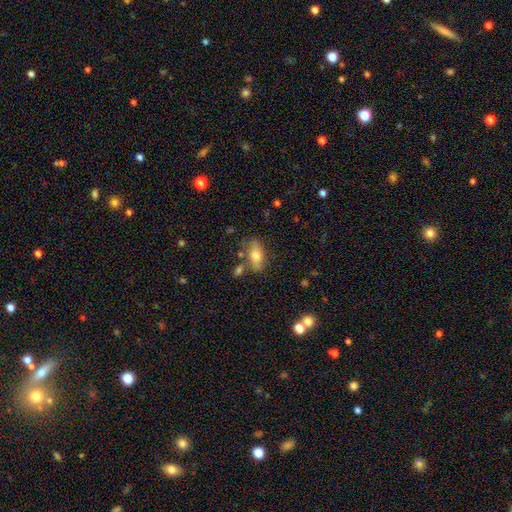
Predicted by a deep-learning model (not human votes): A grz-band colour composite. It shows a smooth galaxy with no disk features (67%) that is in between round and cigar-shaped (80%). Merging: none (64%).